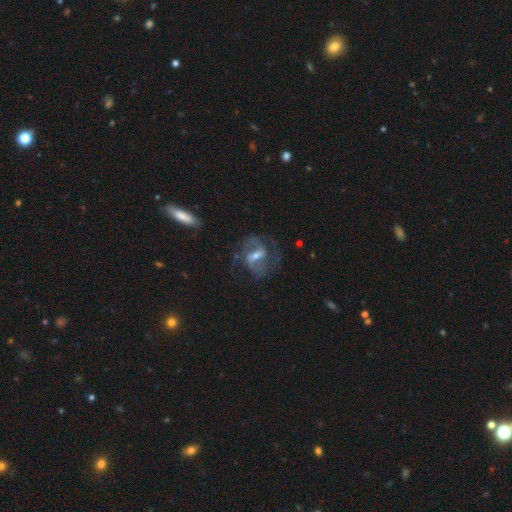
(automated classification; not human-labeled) smooth_or_featured: featured or disk (p=0.81) [alt: smooth p=0.12]
disk_edge_on: no (p=0.95) [alt: yes p=0.05]
bar: weak (p=0.48) [alt: strong p=0.37]
has_spiral_arms: yes (p=0.91) [alt: no p=0.09]
spiral_winding: medium (p=0.54) [alt: loose p=0.27]
spiral_arm_count: 2 (p=0.82) [alt: can't tell p=0.09]
bulge_size: moderate (p=0.50) [alt: small p=0.40]
merging: none (p=0.66) [alt: minor disturbance p=0.17]